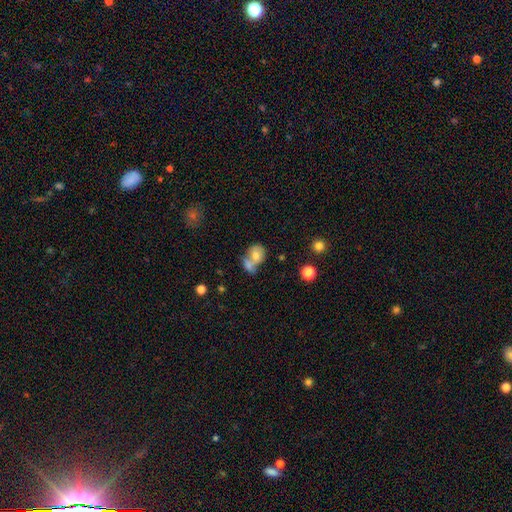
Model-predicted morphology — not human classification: Overall: smooth (65%; featured or disk 25%). How rounded: round (51%; in between 48%). Merging: merger (61%; none 23%).